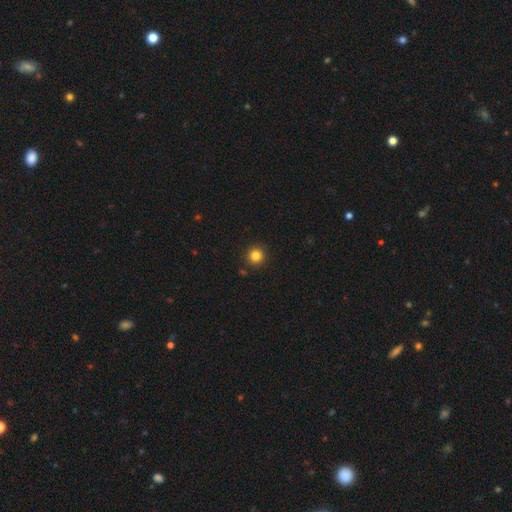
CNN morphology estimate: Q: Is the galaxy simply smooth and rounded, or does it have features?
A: smooth — 84%.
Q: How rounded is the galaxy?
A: round — 95%.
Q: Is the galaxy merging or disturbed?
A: none — 91%.